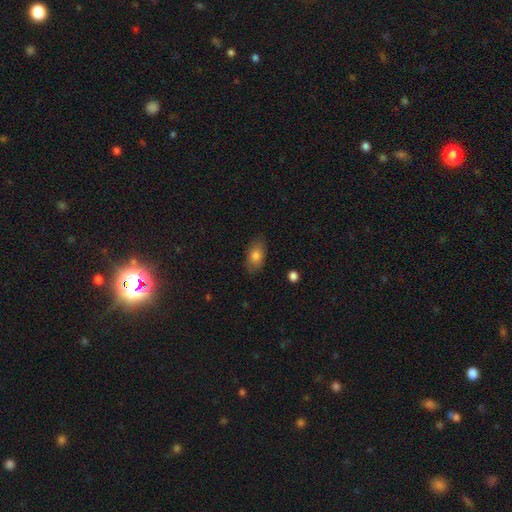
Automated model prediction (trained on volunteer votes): smooth_or_featured: smooth (p=0.80) [alt: featured or disk p=0.12]
how_rounded: in between (p=0.90) [alt: round p=0.07]
merging: none (p=0.83) [alt: minor disturbance p=0.13]